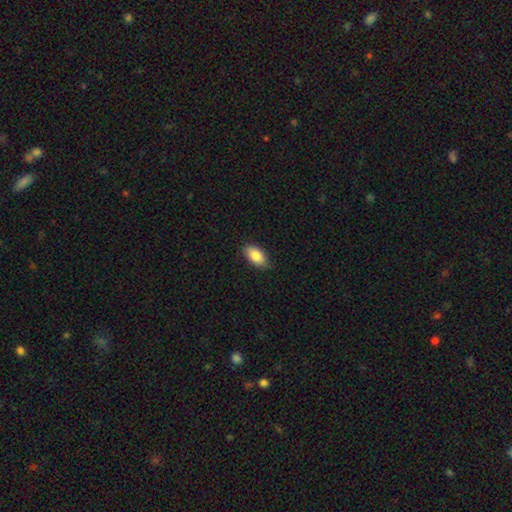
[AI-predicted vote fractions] This appears to be a smooth galaxy with no disk features (86%) that is in between round and cigar-shaped (93%). Merging: none (86%).